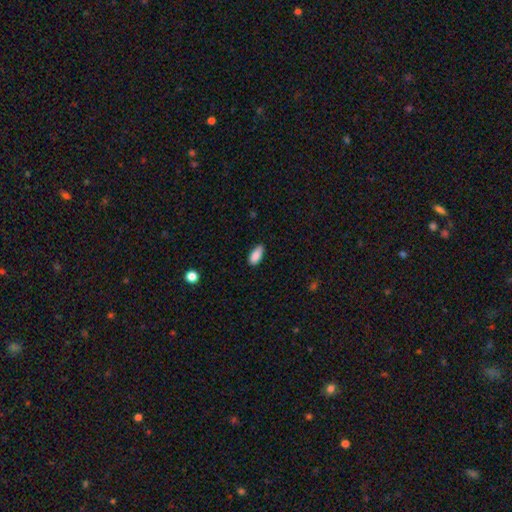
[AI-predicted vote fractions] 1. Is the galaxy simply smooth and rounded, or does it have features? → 88% smooth, 7% star or artifact, 4% featured or disk.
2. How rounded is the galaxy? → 87% in between, 11% cigar-shaped, 2% round.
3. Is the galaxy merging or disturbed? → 78% none, 18% minor disturbance, 3% major disturbance, 1% merger.